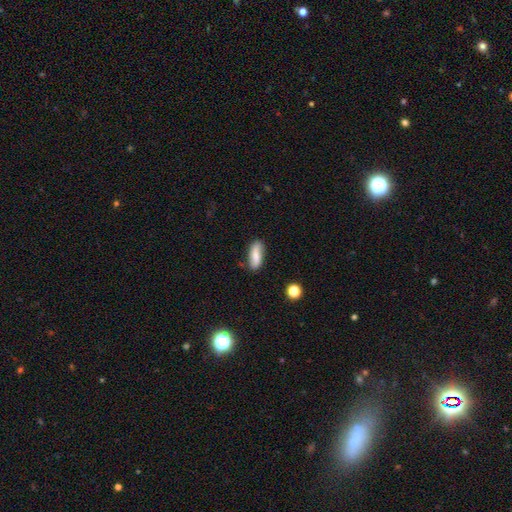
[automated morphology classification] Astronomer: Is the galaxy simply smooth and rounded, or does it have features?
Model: smooth — 62%.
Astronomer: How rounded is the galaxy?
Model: in between — 69%.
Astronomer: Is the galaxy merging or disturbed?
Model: none — 78%.